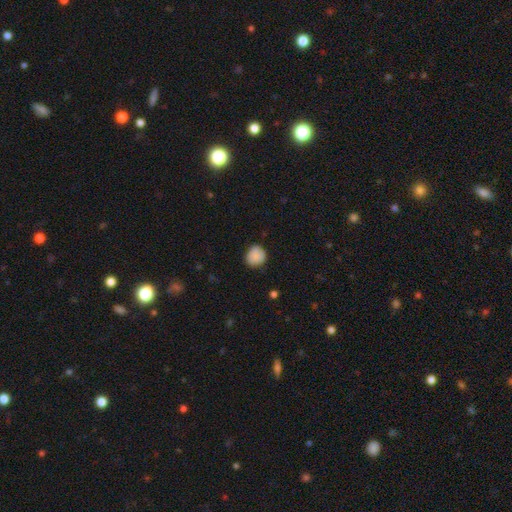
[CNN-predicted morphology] Q: Smooth or featured?
A: smooth (87%); runner-up: star or artifact (8%)
Q: How rounded?
A: round (83%); runner-up: in between (16%)
Q: Merging?
A: none (80%); runner-up: minor disturbance (16%)